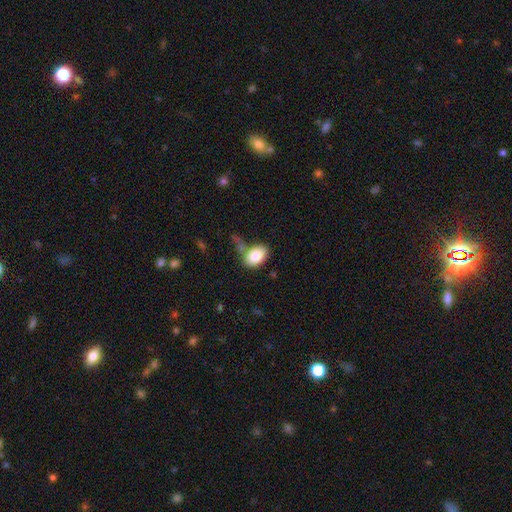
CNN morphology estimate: Smooth or featured? smooth (83%)
How rounded? in between (85%)
Merging? none (56%)